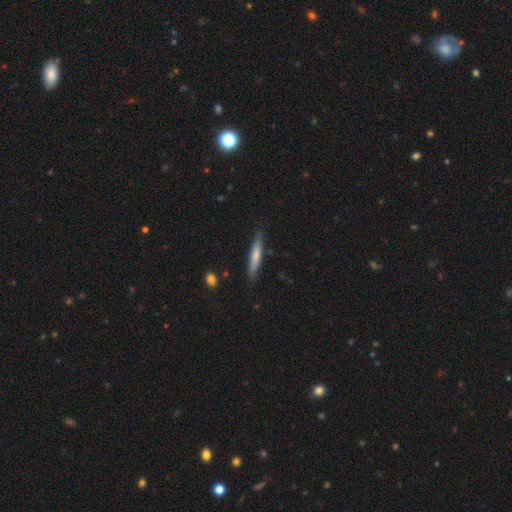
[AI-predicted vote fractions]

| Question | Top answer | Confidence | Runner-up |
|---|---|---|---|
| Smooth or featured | smooth | 64% | featured or disk (30%) |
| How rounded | cigar-shaped | 90% | in between (9%) |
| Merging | none | 82% | minor disturbance (14%) |